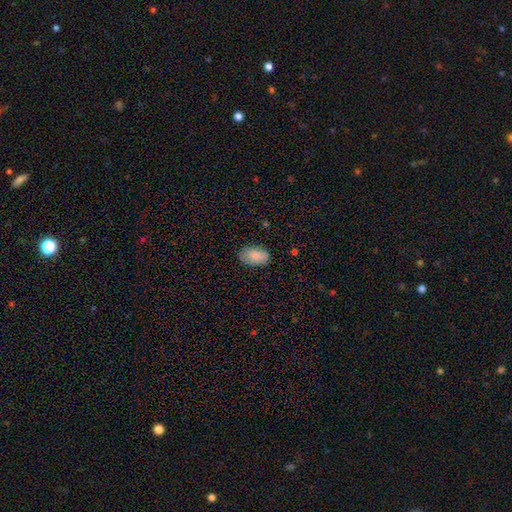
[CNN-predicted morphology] type=smooth (84%); roundness=in between (92%); merging=none (81%).